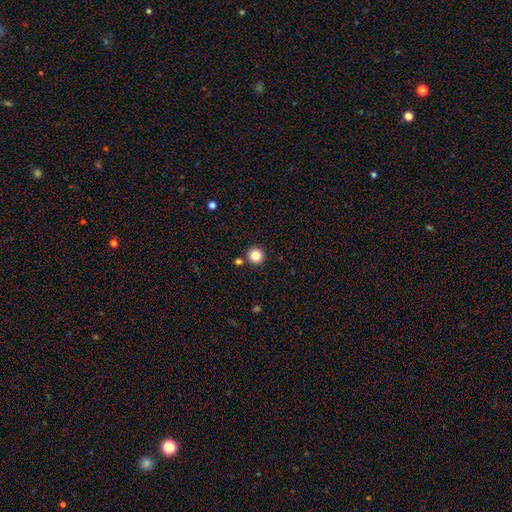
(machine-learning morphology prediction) Smooth or featured: smooth — 85% (star or artifact — 11%)
How rounded: round — 96% (in between — 3%)
Merging: none — 87% (merger — 6%)